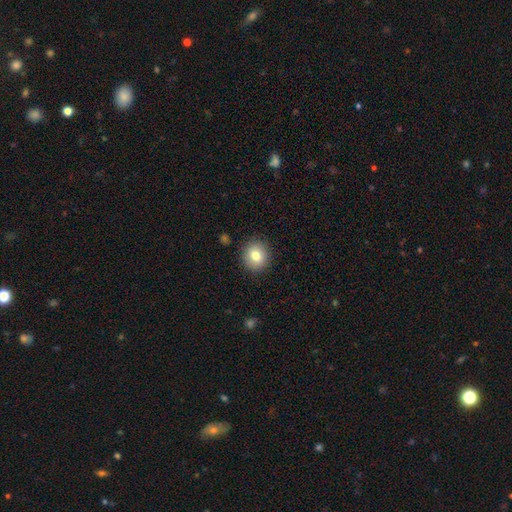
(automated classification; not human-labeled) Smooth or featured? smooth (79%)
How rounded? round (88%)
Merging? none (90%)